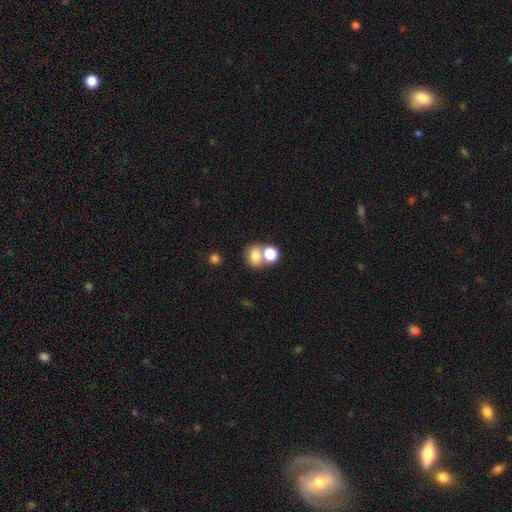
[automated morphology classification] type=smooth (77%); roundness=round (58%); merging=merger (44%).